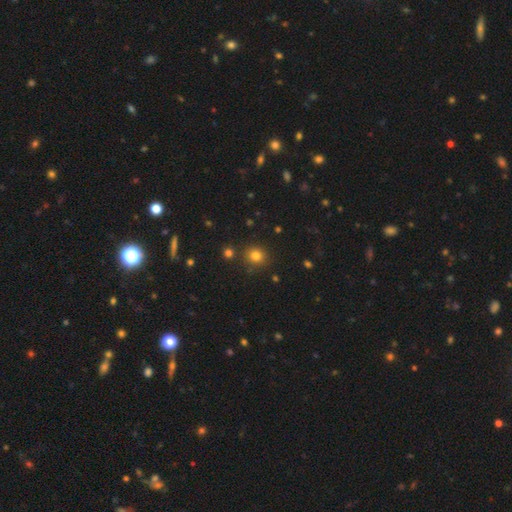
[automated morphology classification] This is likely a smooth galaxy (80%). How rounded: clearly round (83%). Merging: clearly none (84%).